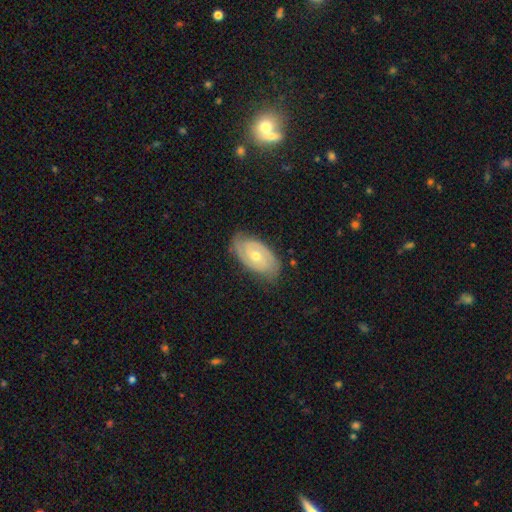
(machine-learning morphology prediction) This appears to be a featured or disk galaxy (79%) with no bar (69%), 2 (76%) tight (66%) spiral arms (91%) and a moderate central bulge (63%). Merging: none (79%).